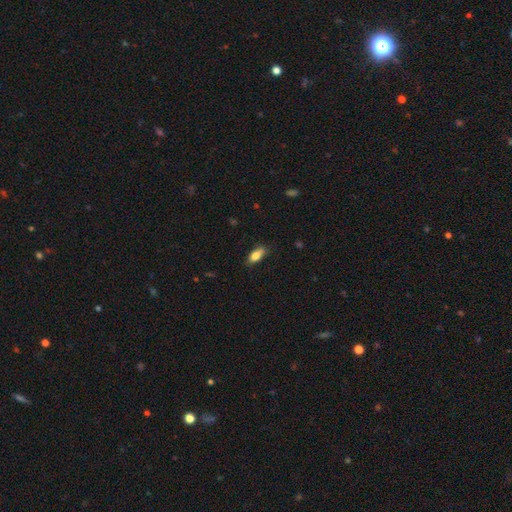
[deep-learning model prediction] Q: Smooth or featured?
A: smooth (78%); runner-up: featured or disk (15%)
Q: How rounded?
A: in between (76%); runner-up: cigar-shaped (21%)
Q: Merging?
A: none (79%); runner-up: minor disturbance (17%)